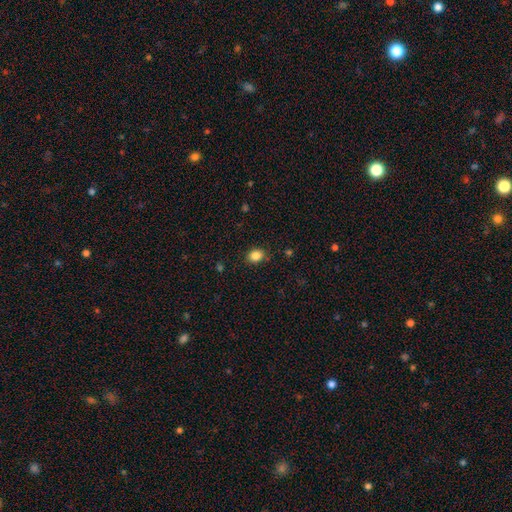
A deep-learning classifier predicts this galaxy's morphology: Q: Smooth or featured?
A: smooth (86%); runner-up: star or artifact (10%)
Q: How rounded?
A: in between (56%); runner-up: round (43%)
Q: Merging?
A: none (84%); runner-up: minor disturbance (12%)